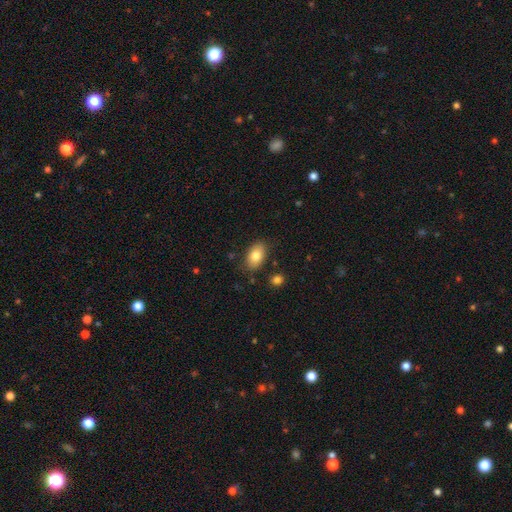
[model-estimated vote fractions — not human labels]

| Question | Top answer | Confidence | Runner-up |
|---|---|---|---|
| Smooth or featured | smooth | 82% | featured or disk (10%) |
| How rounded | in between | 91% | round (8%) |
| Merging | none | 83% | minor disturbance (12%) |